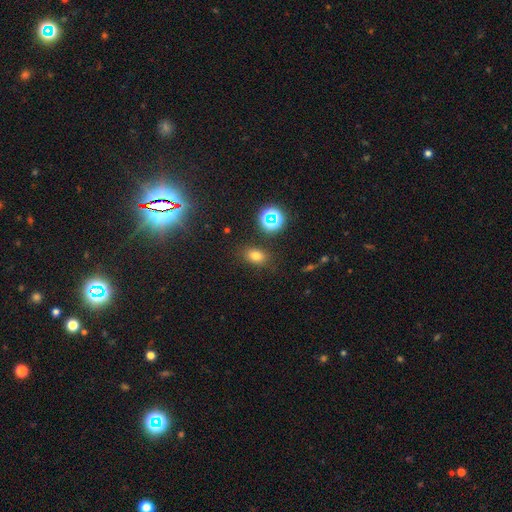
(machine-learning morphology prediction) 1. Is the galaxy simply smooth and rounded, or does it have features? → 72% smooth, 20% star or artifact, 8% featured or disk.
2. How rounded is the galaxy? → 72% in between, 26% round, 2% cigar-shaped.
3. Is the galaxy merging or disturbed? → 83% none, 11% minor disturbance, 4% major disturbance, 3% merger.